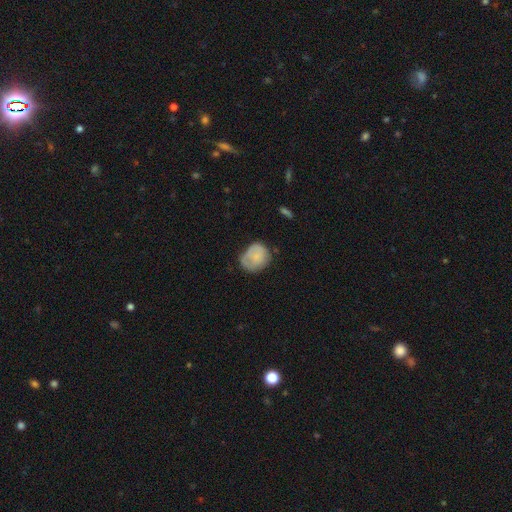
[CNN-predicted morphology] smooth 68%, featured or disk 24%, star or artifact 8%. Down the decision tree: how rounded — round (63%); merging — none (48%).